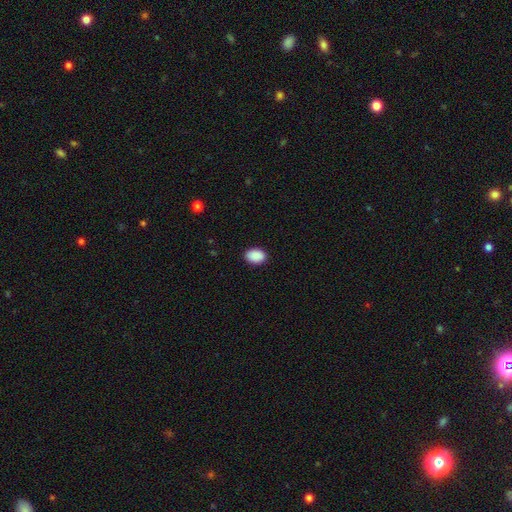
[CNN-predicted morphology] The model was most divided on "how rounded": in between: 85%, round: 14%, cigar-shaped: 1%. More confident: smooth or featured — smooth (91%); merging — none (90%).